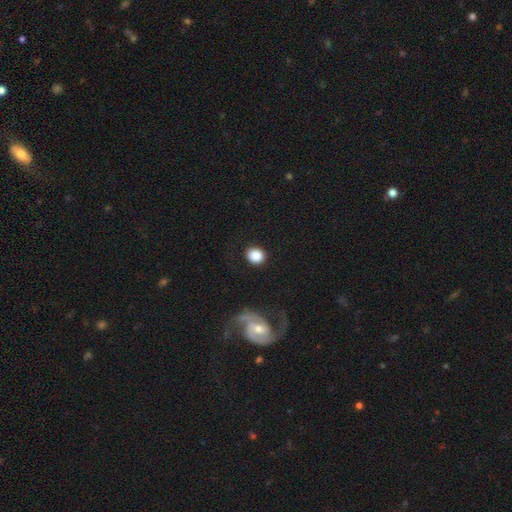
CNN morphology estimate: smooth 87%, star or artifact 8%, featured or disk 5%. Down the decision tree: how rounded — round (75%); merging — none (86%).